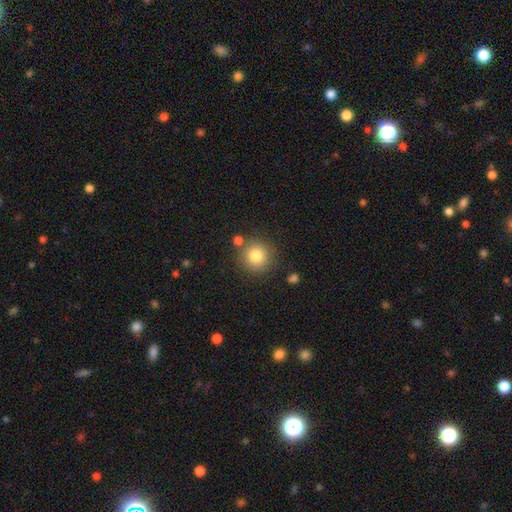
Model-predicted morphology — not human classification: A smooth galaxy with no disk features (81%) that is round (93%).

Vote fractions:
- Smooth or featured? smooth: 81% / star or artifact: 11% / featured or disk: 8%
- How rounded? round: 93% / in between: 6% / cigar-shaped: 1%
- Merging? none: 82% / minor disturbance: 9% / merger: 7% / major disturbance: 3%